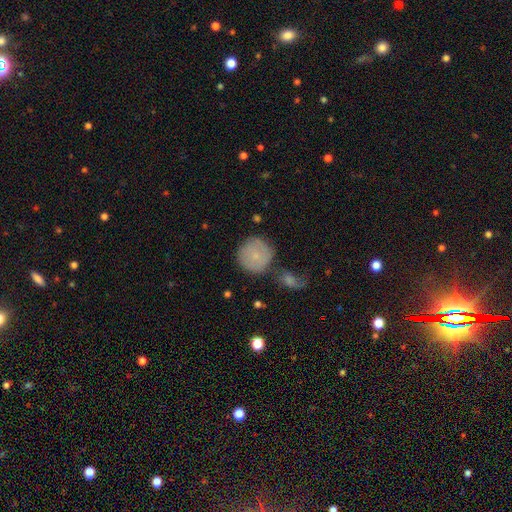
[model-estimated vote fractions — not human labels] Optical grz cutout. It shows a smooth galaxy with no disk features (74%) that is round (93%). Merging: none (67%).